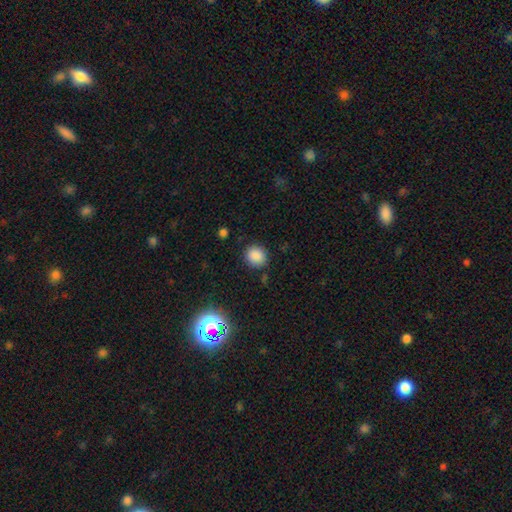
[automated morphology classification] Smooth or featured?
  - smooth: 86% *
  - star or artifact: 11%
  - featured or disk: 3%
How rounded?
  - round: 80% *
  - in between: 19%
  - cigar-shaped: 1%
Merging?
  - none: 86% *
  - minor disturbance: 9%
  - major disturbance: 3%
  - merger: 2%